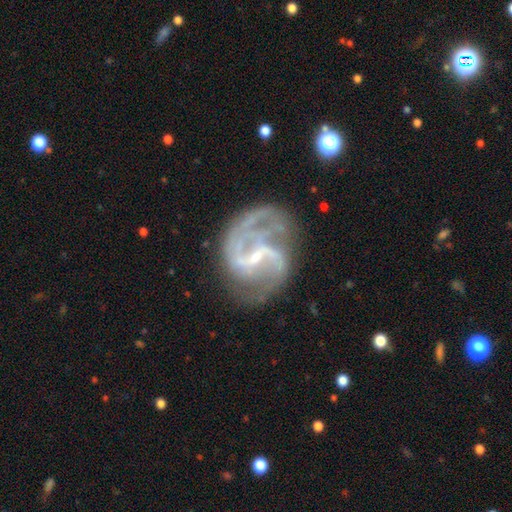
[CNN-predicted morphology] Q: Smooth or featured?
A: featured or disk (89%); runner-up: star or artifact (6%)
Q: Edge-on disk?
A: no (98%); runner-up: yes (2%)
Q: Bar?
A: weak (48%); runner-up: strong (38%)
Q: Spiral arms?
A: yes (96%); runner-up: no (4%)
Q: Spiral winding?
A: medium (47%); runner-up: loose (38%)
Q: Spiral arm count?
A: 2 (65%); runner-up: 3 (12%)
Q: Bulge size?
A: small (72%); runner-up: moderate (15%)
Q: Merging?
A: none (59%); runner-up: minor disturbance (19%)